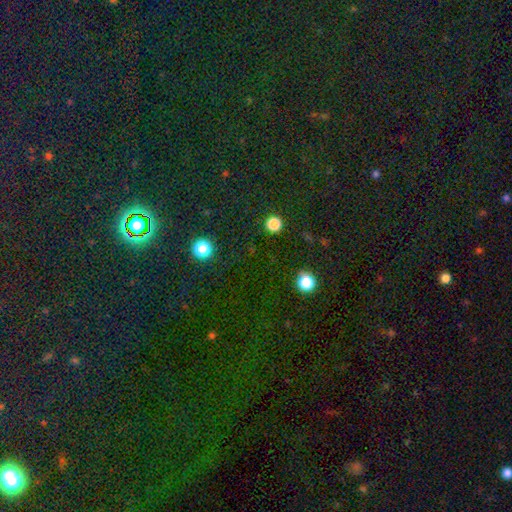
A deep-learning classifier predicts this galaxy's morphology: Smooth or featured?
  - star or artifact: 71% *
  - smooth: 22%
  - featured or disk: 7%